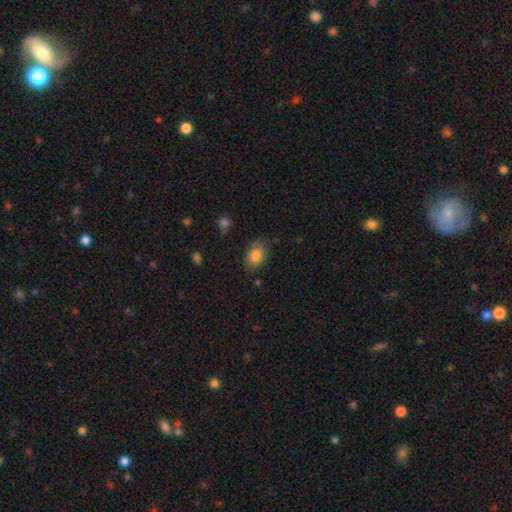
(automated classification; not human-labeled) Q: Smooth or featured?
A: smooth (83%); runner-up: featured or disk (9%)
Q: How rounded?
A: in between (82%); runner-up: round (17%)
Q: Merging?
A: none (73%); runner-up: minor disturbance (21%)